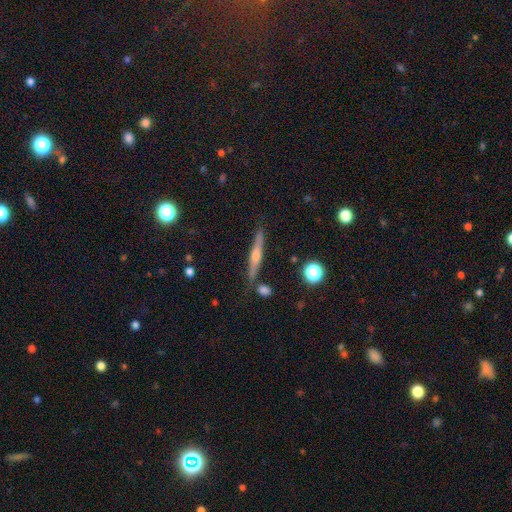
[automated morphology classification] Smooth or featured? featured or disk (71%)
Edge-on disk? yes (97%)
Edge-on bulge? rounded (88%)
Merging? none (85%)